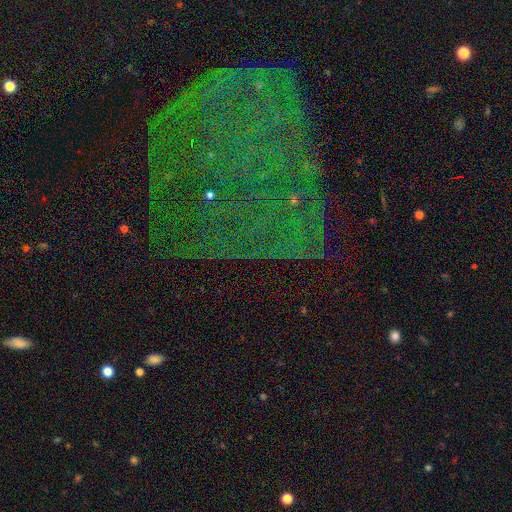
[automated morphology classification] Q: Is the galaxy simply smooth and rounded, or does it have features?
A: star or artifact — 70%.